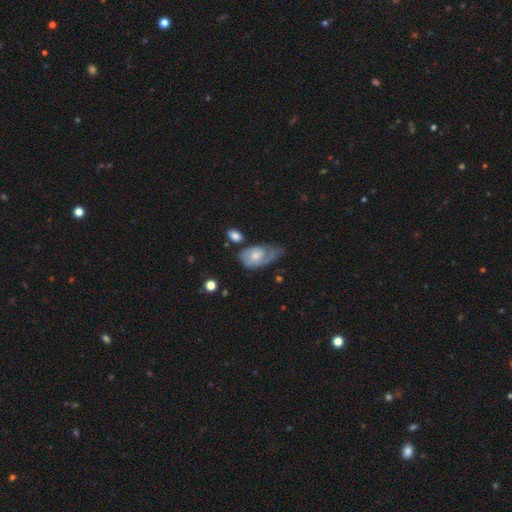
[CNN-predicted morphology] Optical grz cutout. It shows a smooth galaxy with no disk features (52%) that is in between round and cigar-shaped (87%). Merging: major disturbance (35%).